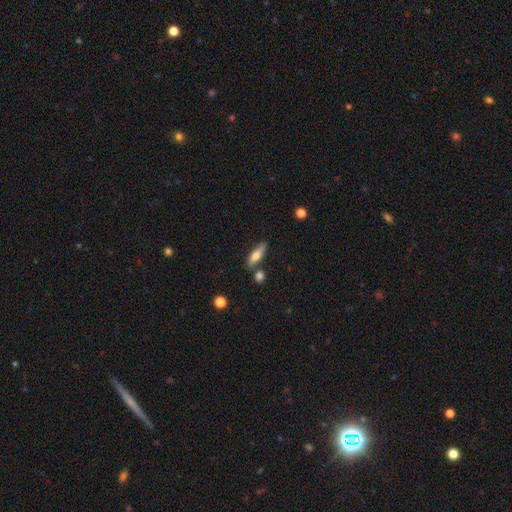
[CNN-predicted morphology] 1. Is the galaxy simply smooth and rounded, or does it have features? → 61% smooth, 32% featured or disk, 7% star or artifact.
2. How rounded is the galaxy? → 53% cigar-shaped, 43% in between, 3% round.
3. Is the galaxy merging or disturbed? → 70% none, 16% minor disturbance, 11% merger, 4% major disturbance.